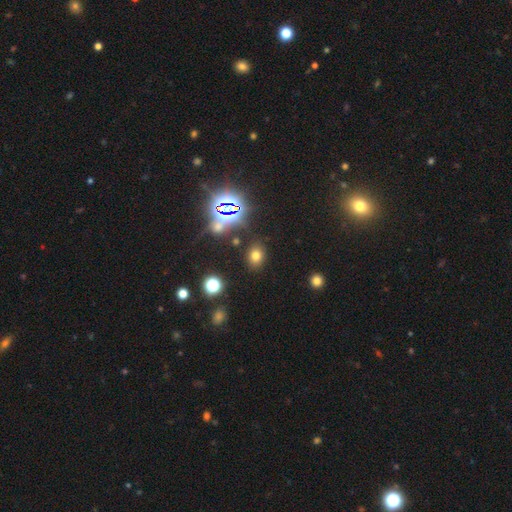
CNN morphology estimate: A smooth galaxy with no disk features (66%) that is in between round and cigar-shaped (51%). Merging: none (84%).